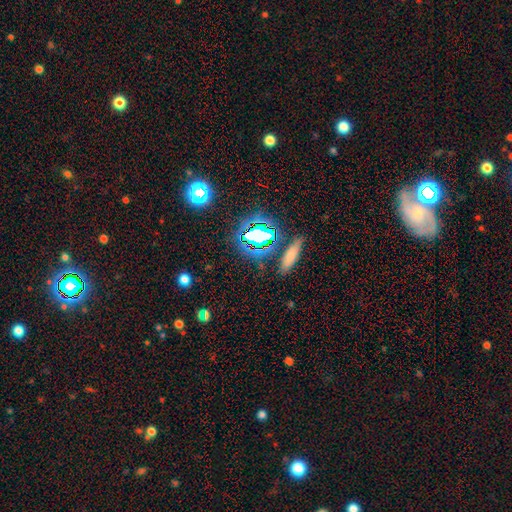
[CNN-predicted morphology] A star or artifact, not a galaxy (69%).